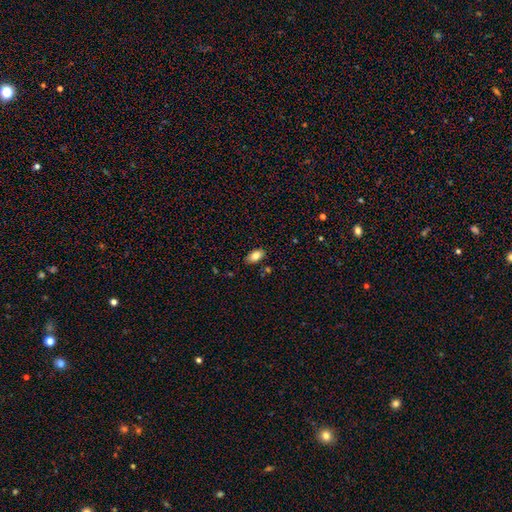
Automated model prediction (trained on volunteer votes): This is clearly a smooth galaxy (81%). How rounded: clearly in between (92%). Merging: clearly none (82%).